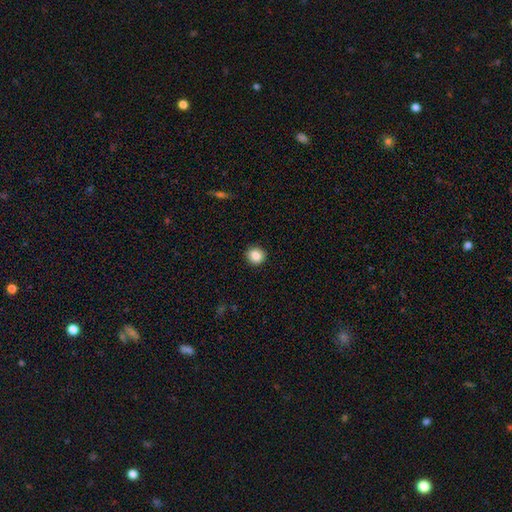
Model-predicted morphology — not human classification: The model was most divided on "how rounded": round: 85%, in between: 14%, cigar-shaped: 1%. More confident: merging — none (91%); smooth or featured — smooth (85%).